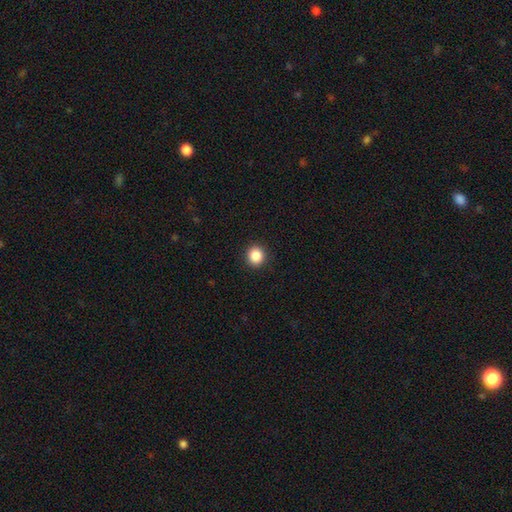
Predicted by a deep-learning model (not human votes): Morphology: type=smooth (87%); roundness=round (91%); merging=none (93%).